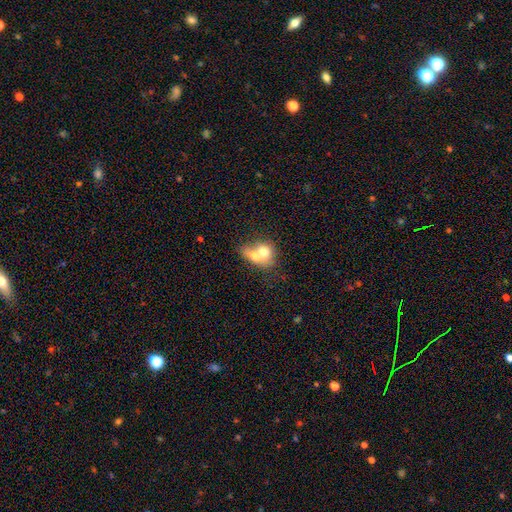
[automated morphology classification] type=smooth (64%); roundness=round (52%); merging=merger (75%).